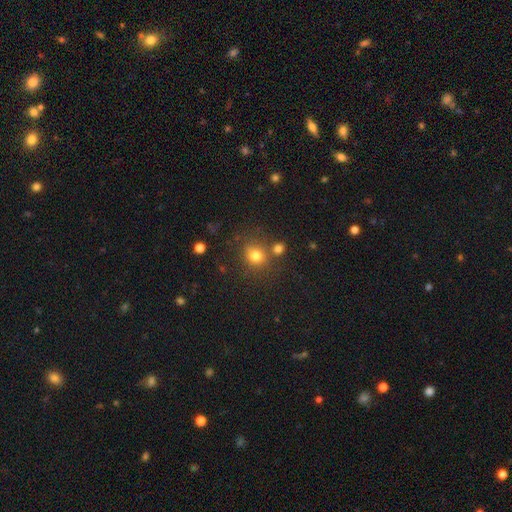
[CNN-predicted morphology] This is likely a smooth galaxy (77%). How rounded: likely round (79%). Merging: likely none (68%).